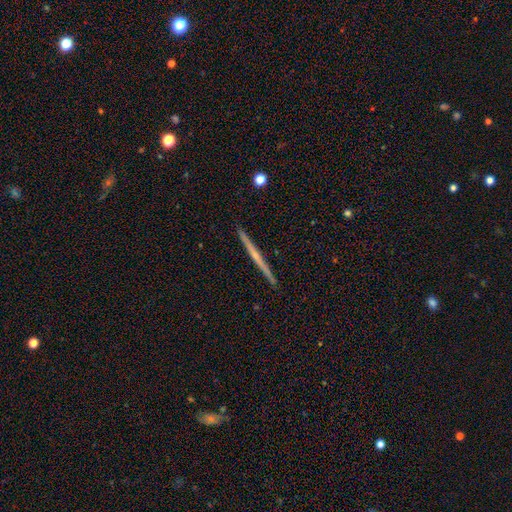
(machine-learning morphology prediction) Q: Smooth or featured?
A: featured or disk (67%); runner-up: smooth (27%)
Q: Edge-on disk?
A: yes (98%); runner-up: no (2%)
Q: Edge-on bulge?
A: none (66%); runner-up: rounded (29%)
Q: Merging?
A: none (93%); runner-up: minor disturbance (5%)